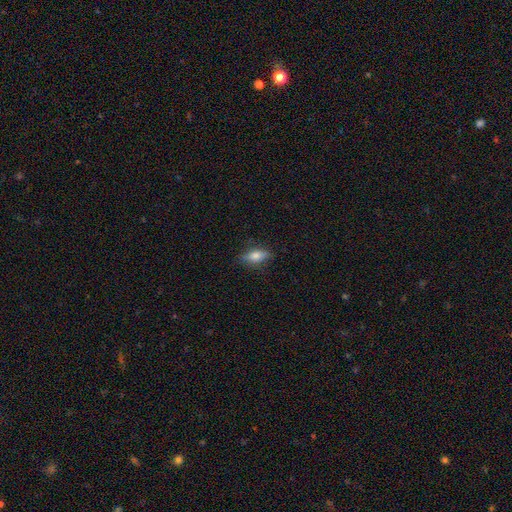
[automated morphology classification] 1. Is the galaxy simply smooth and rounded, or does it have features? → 66% smooth, 26% featured or disk, 8% star or artifact.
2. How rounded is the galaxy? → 67% in between, 29% cigar-shaped, 4% round.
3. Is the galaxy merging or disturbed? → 81% none, 14% minor disturbance, 3% major disturbance, 1% merger.